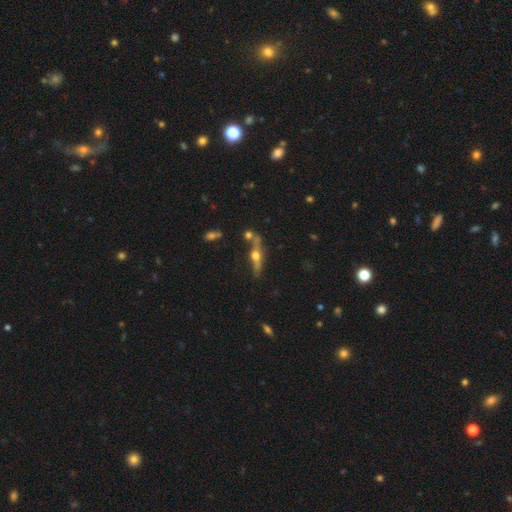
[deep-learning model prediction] This appears to be a featured or disk galaxy (75%) viewed edge-on (95%) with a rounded central bulge (96%). Merging: none (71%).